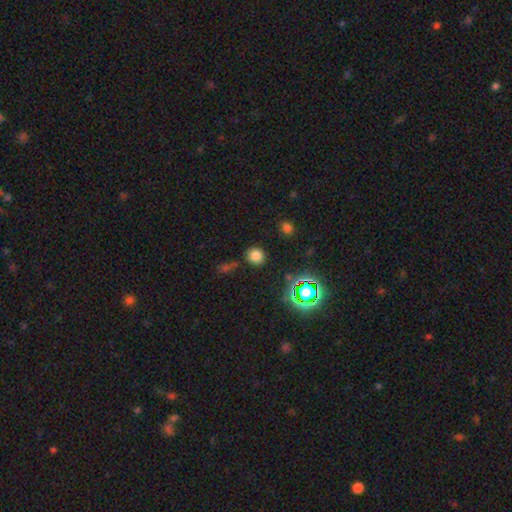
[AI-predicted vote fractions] Smooth or featured? Predicted: smooth (p=0.74). How rounded? Predicted: round (p=0.86). Merging? Predicted: none (p=0.84).